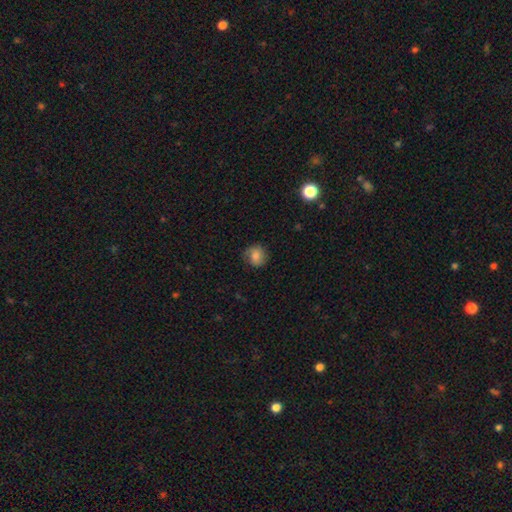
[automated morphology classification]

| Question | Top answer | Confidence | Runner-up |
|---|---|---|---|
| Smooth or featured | smooth | 71% | featured or disk (19%) |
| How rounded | round | 81% | in between (18%) |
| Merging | none | 73% | minor disturbance (19%) |